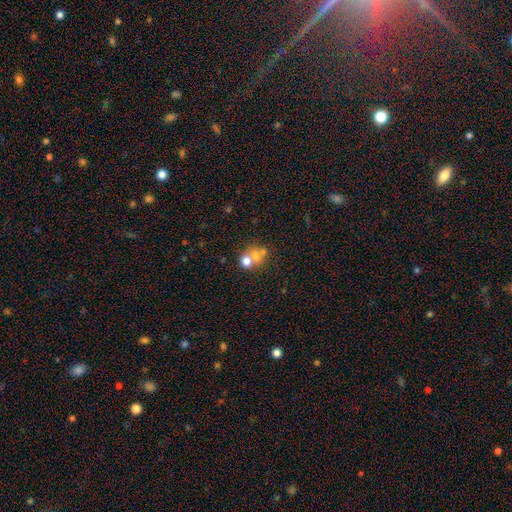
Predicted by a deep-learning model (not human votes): A smooth galaxy with no disk features (64%) that is round (76%). Merging: merger (54%).